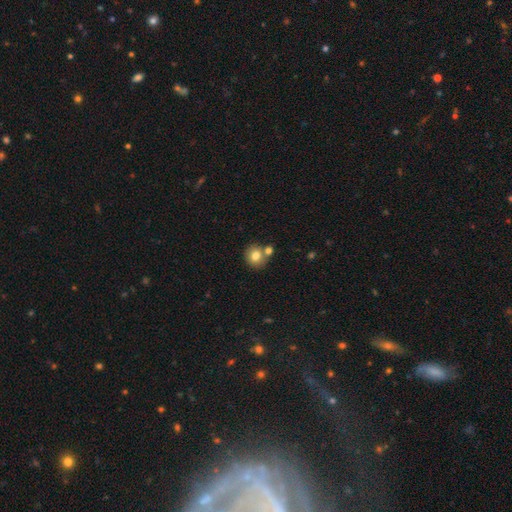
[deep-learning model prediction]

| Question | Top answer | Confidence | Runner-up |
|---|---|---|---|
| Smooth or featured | smooth | 79% | featured or disk (11%) |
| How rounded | round | 84% | in between (15%) |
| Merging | none | 62% | merger (26%) |